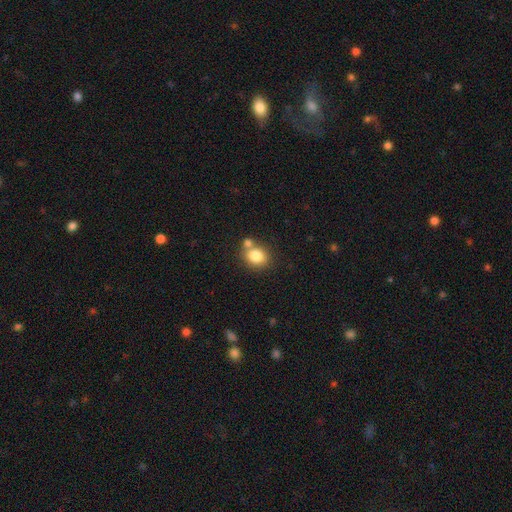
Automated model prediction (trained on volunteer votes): The model was most divided on "how rounded": round: 63%, in between: 36%, cigar-shaped: 1%. More confident: smooth or featured — smooth (82%); merging — none (57%).